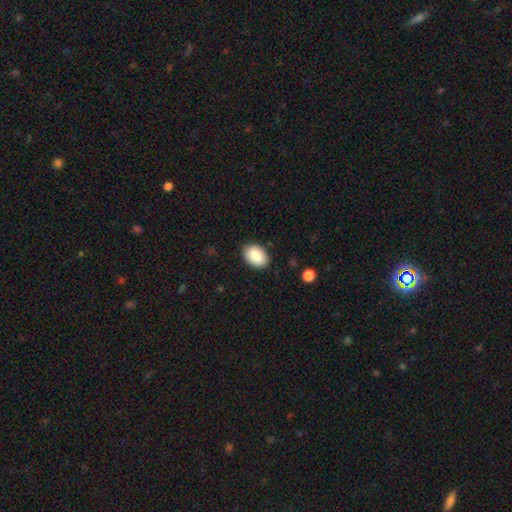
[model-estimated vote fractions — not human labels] This is clearly a smooth galaxy (88%). How rounded: clearly in between (86%). Merging: clearly none (87%).